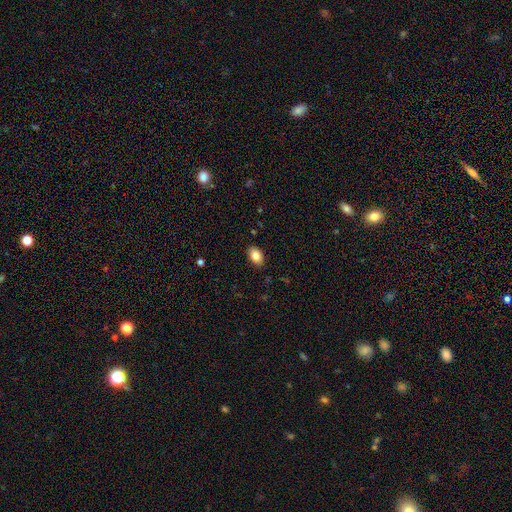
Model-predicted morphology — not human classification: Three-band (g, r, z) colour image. It shows a smooth galaxy with no disk features (85%) that is in between round and cigar-shaped (88%). Merging: none (88%).